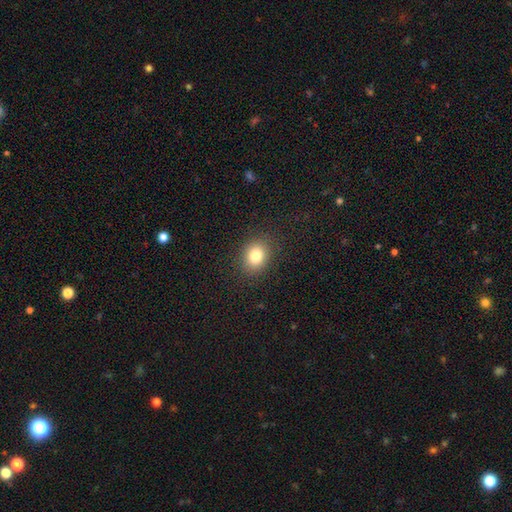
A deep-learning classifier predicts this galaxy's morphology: This is clearly a smooth galaxy (81%). How rounded: possibly round (58%). Merging: clearly none (88%).